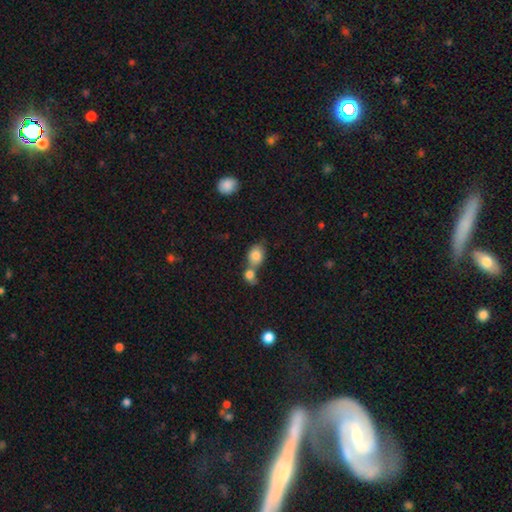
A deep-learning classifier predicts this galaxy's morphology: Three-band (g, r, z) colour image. It shows a smooth galaxy with no disk features (83%) that is in between round and cigar-shaped (64%). Merging: merger (56%).